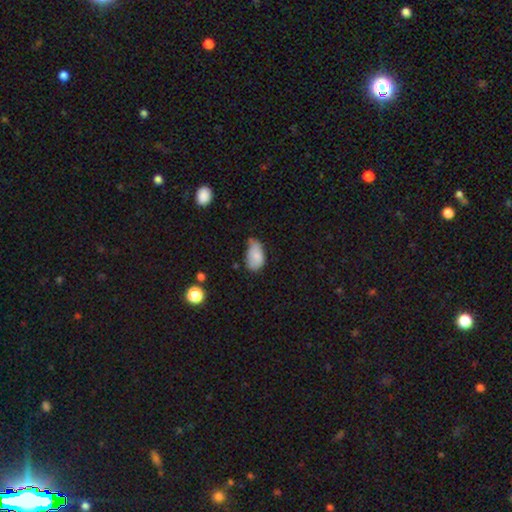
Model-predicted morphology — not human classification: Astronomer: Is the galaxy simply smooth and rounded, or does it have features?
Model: smooth — 79%.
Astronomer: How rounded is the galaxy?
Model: in between — 92%.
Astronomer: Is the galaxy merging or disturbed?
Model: minor disturbance — 46% (runner-up: none, 36%).